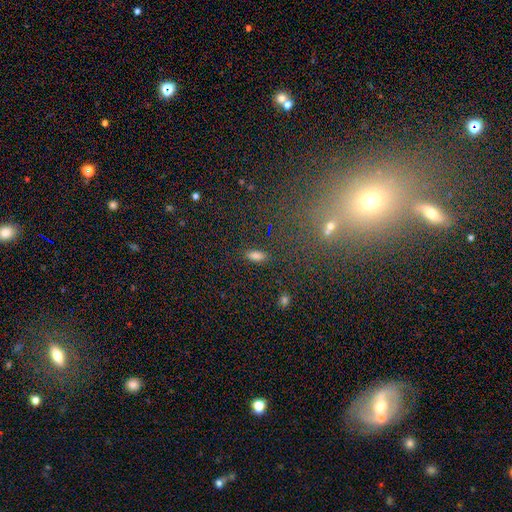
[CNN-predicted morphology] Smooth or featured?
  - smooth: 81% *
  - star or artifact: 12%
  - featured or disk: 7%
How rounded?
  - in between: 78% *
  - cigar-shaped: 19%
  - round: 4%
Merging?
  - none: 86% *
  - minor disturbance: 9%
  - major disturbance: 3%
  - merger: 2%